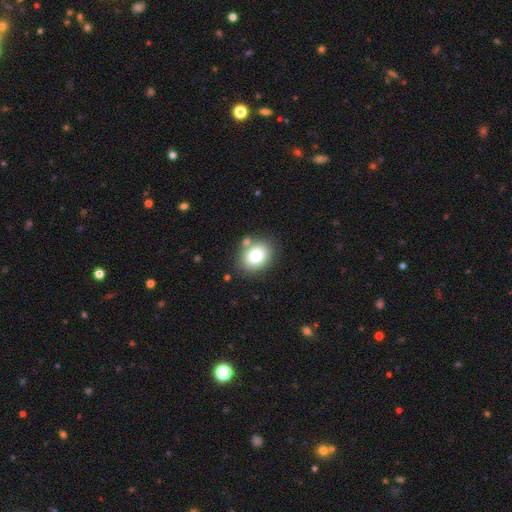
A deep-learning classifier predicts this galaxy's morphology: A smooth galaxy with no disk features (80%) that is in between round and cigar-shaped (53%). Merging: none (76%).